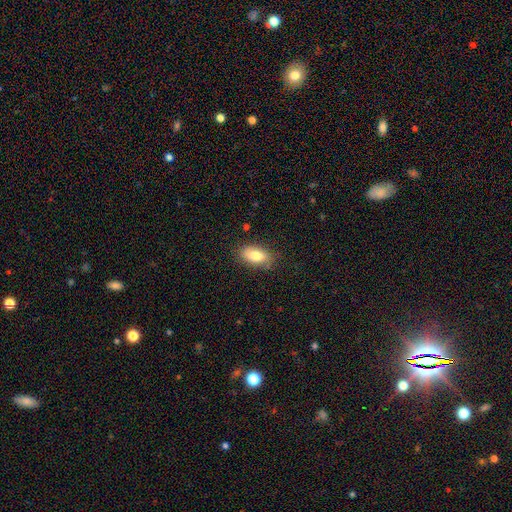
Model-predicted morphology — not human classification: Smooth or featured: smooth — 78% (featured or disk — 15%)
How rounded: in between — 89% (cigar-shaped — 6%)
Merging: none — 78% (minor disturbance — 17%)